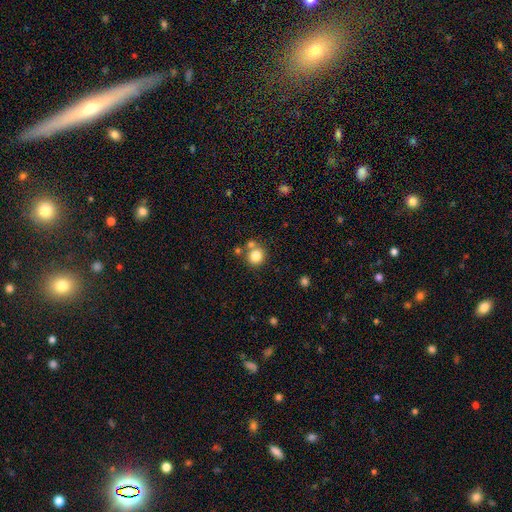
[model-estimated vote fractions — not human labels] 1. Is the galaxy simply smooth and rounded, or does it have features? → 81% smooth, 11% star or artifact, 7% featured or disk.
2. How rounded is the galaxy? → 90% round, 9% in between, 1% cigar-shaped.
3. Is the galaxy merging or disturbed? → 68% none, 21% merger, 9% minor disturbance, 3% major disturbance.